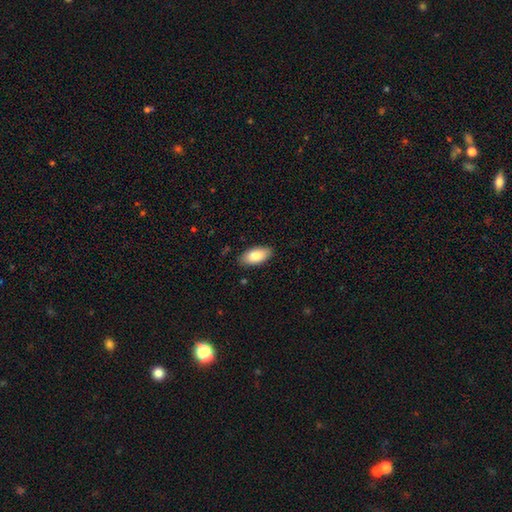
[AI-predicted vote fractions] Smooth or featured?
  - smooth: 83% *
  - featured or disk: 11%
  - star or artifact: 6%
How rounded?
  - in between: 93% *
  - cigar-shaped: 5%
  - round: 2%
Merging?
  - none: 87% *
  - minor disturbance: 10%
  - major disturbance: 2%
  - merger: 1%